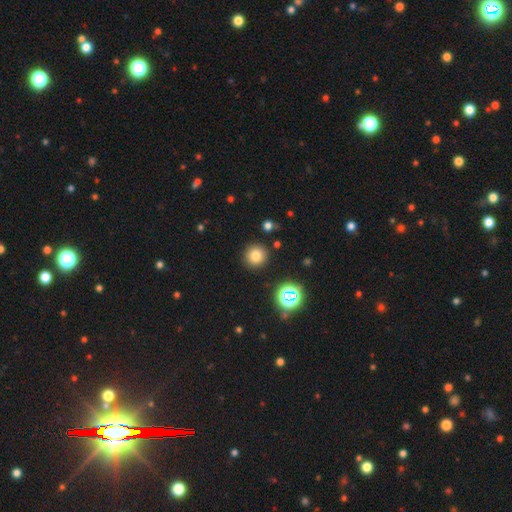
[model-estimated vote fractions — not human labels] Q: Smooth or featured?
A: smooth (76%); runner-up: star or artifact (16%)
Q: How rounded?
A: round (93%); runner-up: in between (6%)
Q: Merging?
A: none (88%); runner-up: minor disturbance (7%)